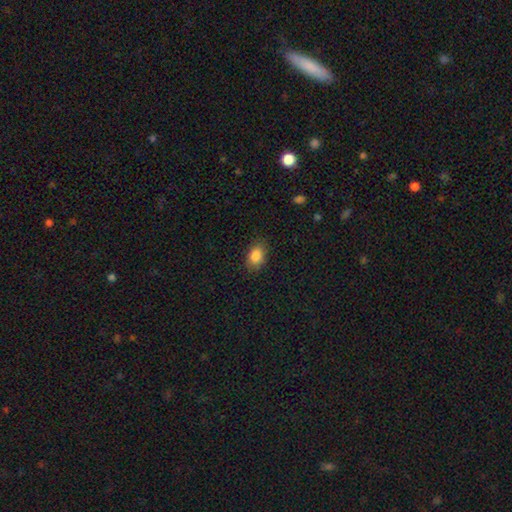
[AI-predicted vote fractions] Overall: smooth (86%). How rounded: in between (81%). Merging: none (84%).